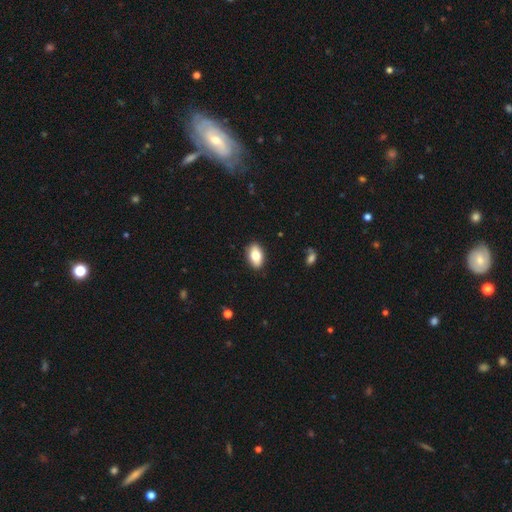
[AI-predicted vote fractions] Overall: smooth (80%). How rounded: in between (92%). Merging: none (89%).